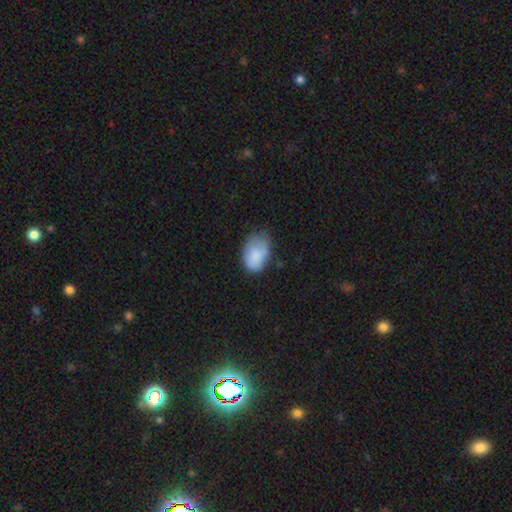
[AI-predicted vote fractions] smooth-or-featured: smooth: 82% | featured or disk: 10% | star or artifact: 7%
  how-rounded: in between: 85% | round: 13% | cigar-shaped: 1%
  merging: none: 46% | minor disturbance: 38% | major disturbance: 13% | merger: 3%